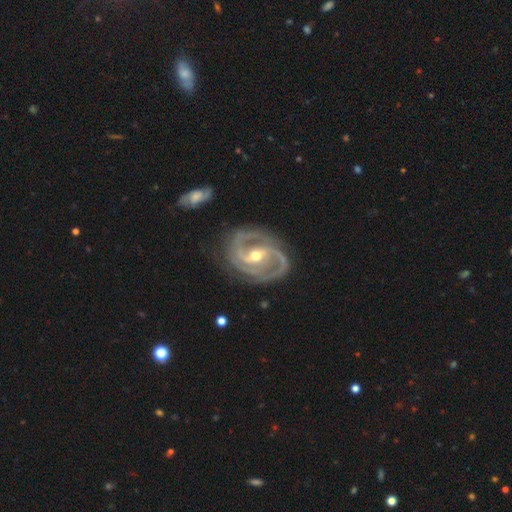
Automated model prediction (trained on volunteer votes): The model was most divided on "spiral winding": medium: 48%, tight: 43%, loose: 9%. Remaining: spiral arms — yes (98%); edge-on disk — no (97%); smooth or featured — featured or disk (93%); merging — none (77%); spiral arm count — 2 (76%); bulge size — moderate (65%); bar — weak (41%).